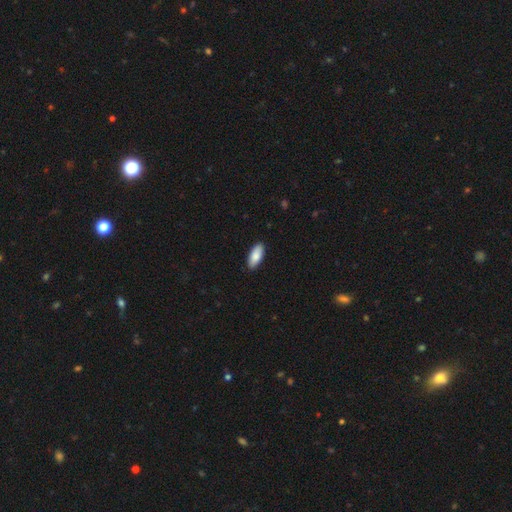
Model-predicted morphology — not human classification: smooth_or_featured: smooth (p=0.87) [alt: featured or disk p=0.08]
how_rounded: in between (p=0.88) [alt: cigar-shaped p=0.11]
merging: none (p=0.89) [alt: minor disturbance p=0.08]